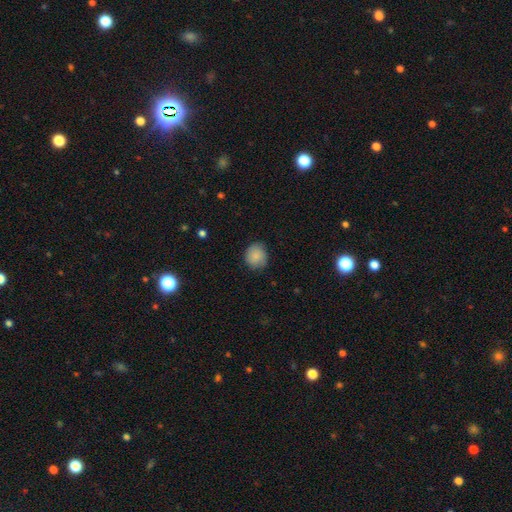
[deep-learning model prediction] Smooth or featured?
  - smooth: 85% *
  - star or artifact: 8%
  - featured or disk: 7%
How rounded?
  - round: 80% *
  - in between: 19%
  - cigar-shaped: 1%
Merging?
  - none: 79% *
  - minor disturbance: 17%
  - major disturbance: 3%
  - merger: 1%